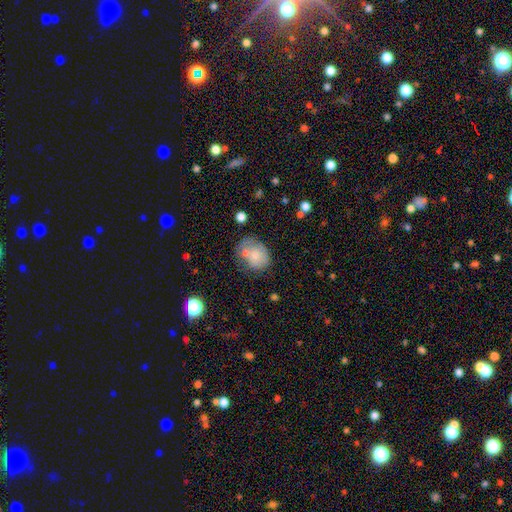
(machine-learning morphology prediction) Smooth or featured? smooth (71%)
How rounded? in between (52%)
Merging? none (42%)